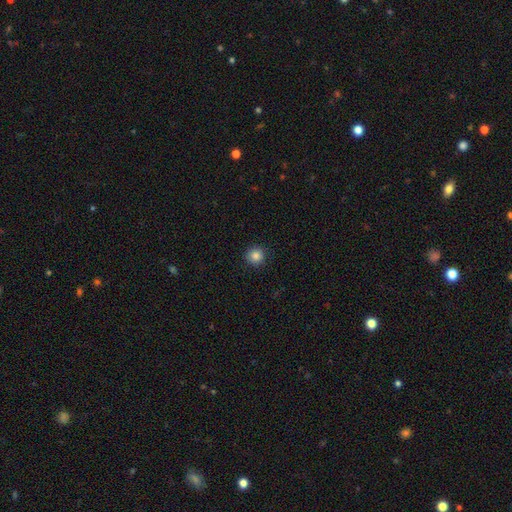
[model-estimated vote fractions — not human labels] Smooth or featured? smooth (85%)
How rounded? round (94%)
Merging? none (91%)